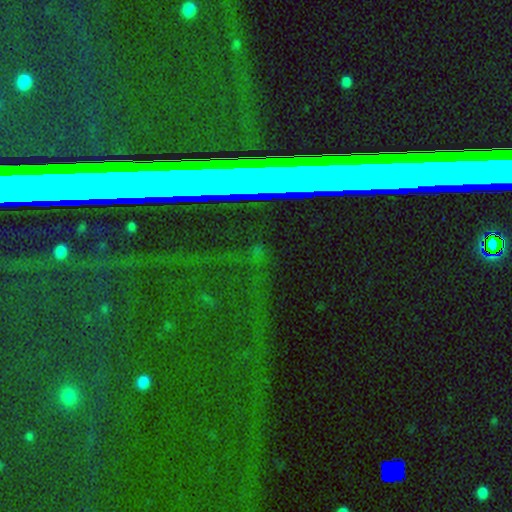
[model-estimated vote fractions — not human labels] star or artifact 74%, smooth 14%, featured or disk 12%.